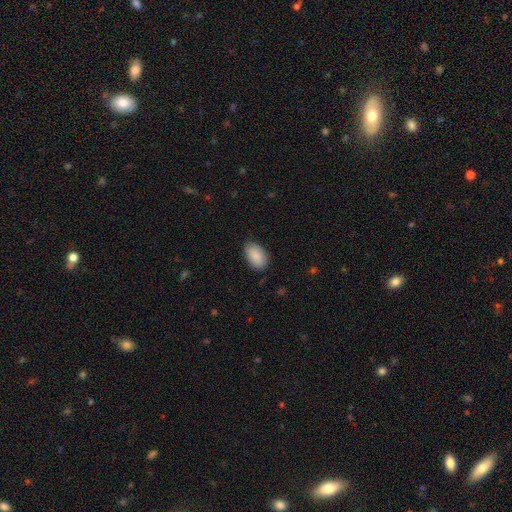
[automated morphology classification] type=smooth (90%); roundness=in between (92%); merging=none (82%).